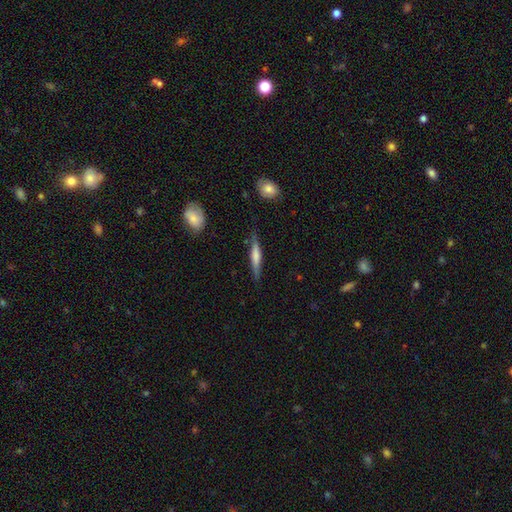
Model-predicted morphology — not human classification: This appears to be a smooth galaxy with no disk features (50%). Merging: none (81%).